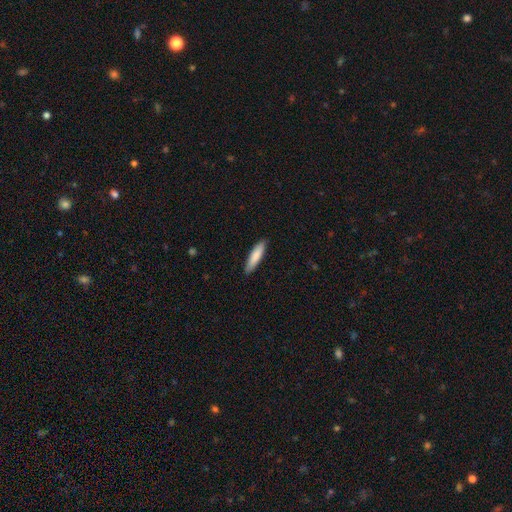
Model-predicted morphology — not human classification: This is clearly a smooth galaxy (85%). How rounded: likely cigar-shaped (77%). Merging: clearly none (89%).